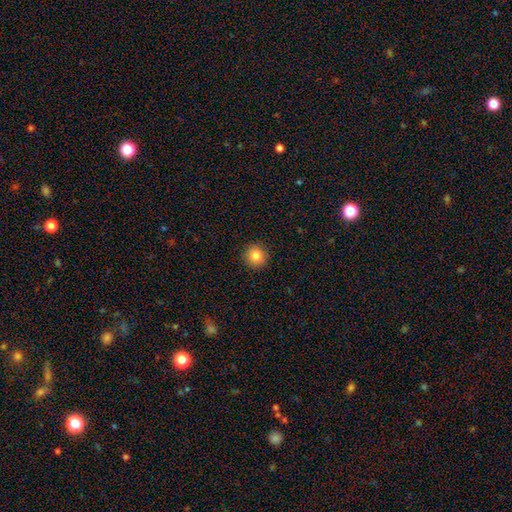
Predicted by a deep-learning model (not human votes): A smooth galaxy with no disk features (83%) that is round (95%).

Vote fractions:
- Smooth or featured? smooth: 83% / star or artifact: 10% / featured or disk: 6%
- How rounded? round: 95% / in between: 4% / cigar-shaped: 1%
- Merging? none: 92% / minor disturbance: 5% / major disturbance: 2% / merger: 1%